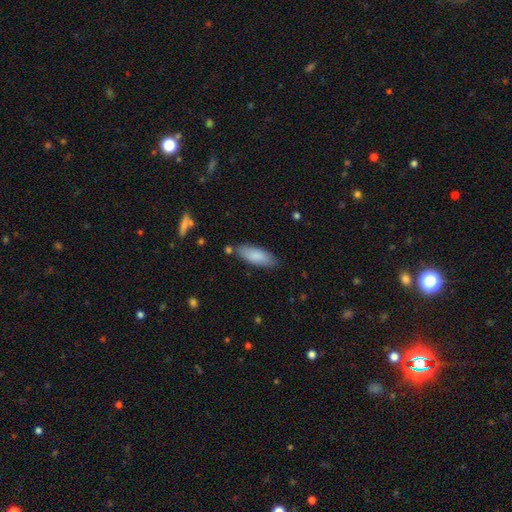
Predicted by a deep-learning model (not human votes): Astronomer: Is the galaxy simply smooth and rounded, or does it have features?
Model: smooth — 86%.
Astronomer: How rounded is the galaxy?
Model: in between — 67%.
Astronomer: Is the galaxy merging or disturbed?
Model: none — 79%.